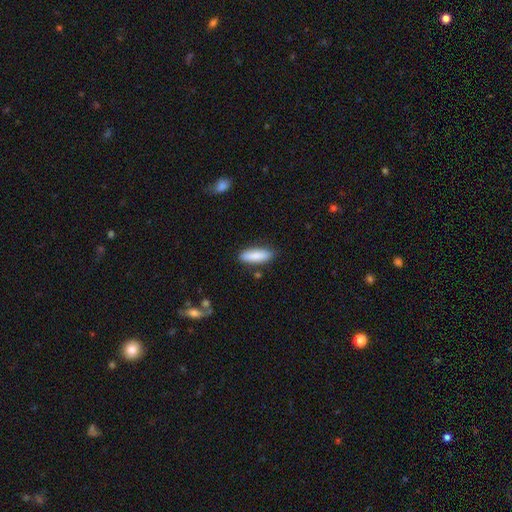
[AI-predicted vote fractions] Q: Smooth or featured?
A: smooth (86%); runner-up: featured or disk (8%)
Q: How rounded?
A: in between (51%); runner-up: cigar-shaped (47%)
Q: Merging?
A: none (85%); runner-up: minor disturbance (11%)